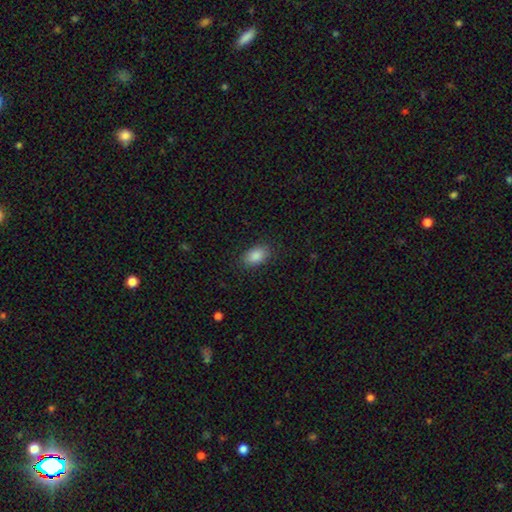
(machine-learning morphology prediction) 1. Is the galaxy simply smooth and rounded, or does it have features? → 87% smooth, 8% star or artifact, 5% featured or disk.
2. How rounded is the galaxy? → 90% in between, 8% round, 2% cigar-shaped.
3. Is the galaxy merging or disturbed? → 87% none, 9% minor disturbance, 3% major disturbance, 1% merger.